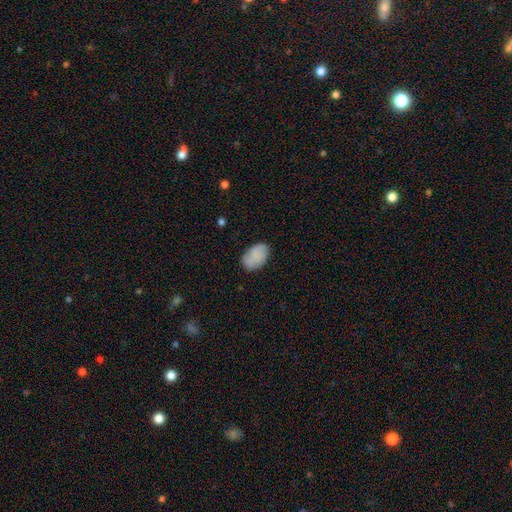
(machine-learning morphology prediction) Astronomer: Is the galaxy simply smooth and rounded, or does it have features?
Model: smooth — 84%.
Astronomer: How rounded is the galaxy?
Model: in between — 88%.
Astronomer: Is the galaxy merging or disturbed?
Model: none — 73%.